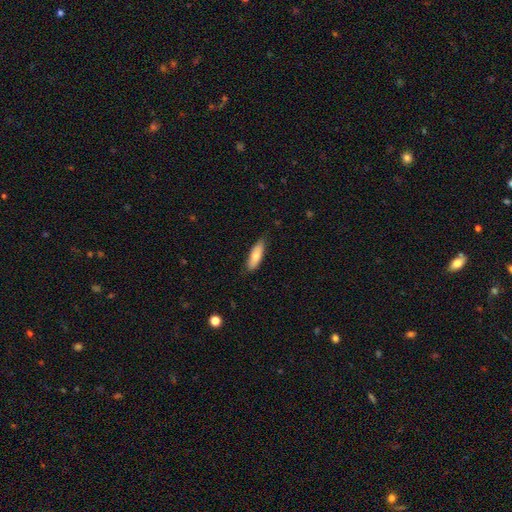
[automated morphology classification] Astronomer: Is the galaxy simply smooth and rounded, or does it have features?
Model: smooth — 75%.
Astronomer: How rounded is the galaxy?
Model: in between — 53% (runner-up: cigar-shaped, 45%).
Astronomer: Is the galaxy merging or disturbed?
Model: none — 81%.